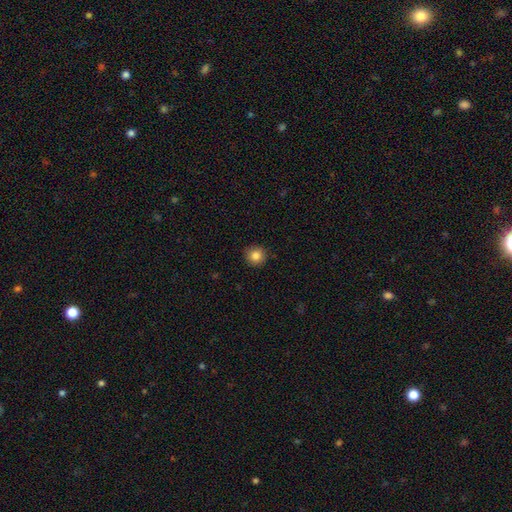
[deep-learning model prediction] Smooth or featured: smooth — 85% (star or artifact — 10%)
How rounded: round — 94% (in between — 5%)
Merging: none — 92% (minor disturbance — 6%)